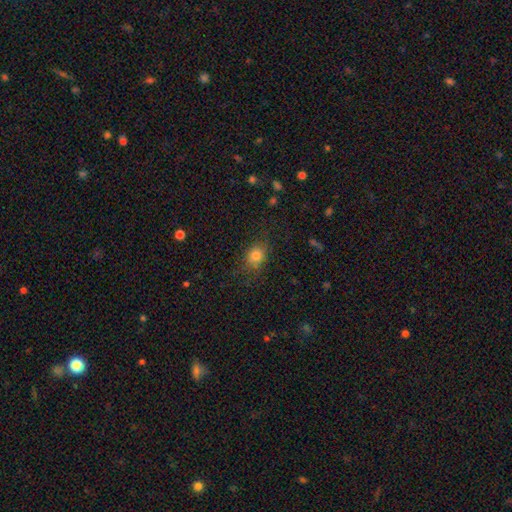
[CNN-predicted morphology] A smooth galaxy with no disk features (80%) that is round (53%).

Vote fractions:
- Smooth or featured? smooth: 80% / star or artifact: 12% / featured or disk: 8%
- How rounded? round: 53% / in between: 46% / cigar-shaped: 2%
- Merging? none: 76% / minor disturbance: 16% / major disturbance: 7% / merger: 1%